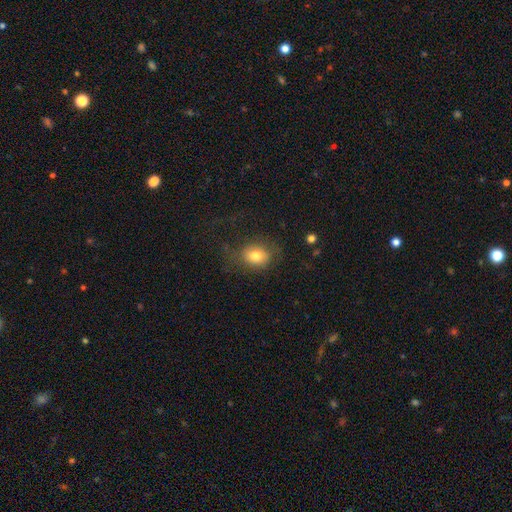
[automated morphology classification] smooth 77%, featured or disk 13%, star or artifact 10%. Down the decision tree: how rounded — in between (51%); merging — none (61%).